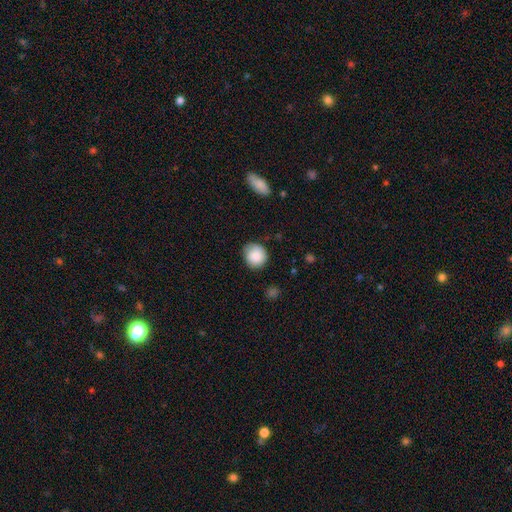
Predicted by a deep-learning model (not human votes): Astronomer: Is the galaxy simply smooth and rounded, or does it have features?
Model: smooth — 86%.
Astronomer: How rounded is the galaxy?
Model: round — 88%.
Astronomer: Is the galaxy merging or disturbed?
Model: none — 80%.